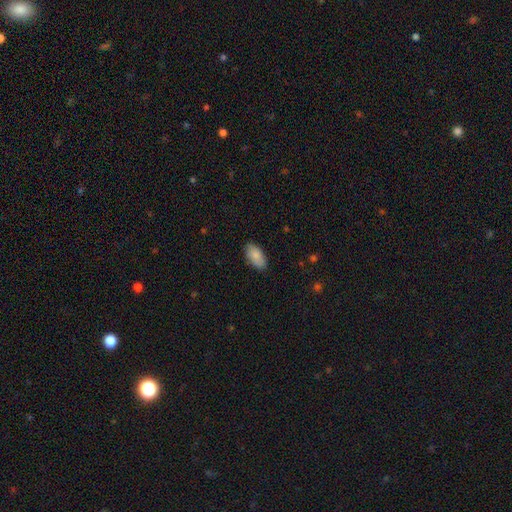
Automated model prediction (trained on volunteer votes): A smooth galaxy with no disk features (86%) that is in between round and cigar-shaped (94%). Merging: none (85%).